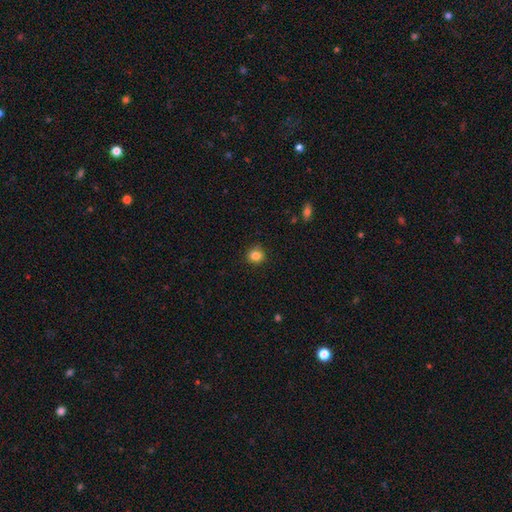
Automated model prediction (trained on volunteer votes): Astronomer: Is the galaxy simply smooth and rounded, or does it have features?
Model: smooth — 84%.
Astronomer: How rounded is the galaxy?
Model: round — 85%.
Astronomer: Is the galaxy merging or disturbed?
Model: none — 86%.